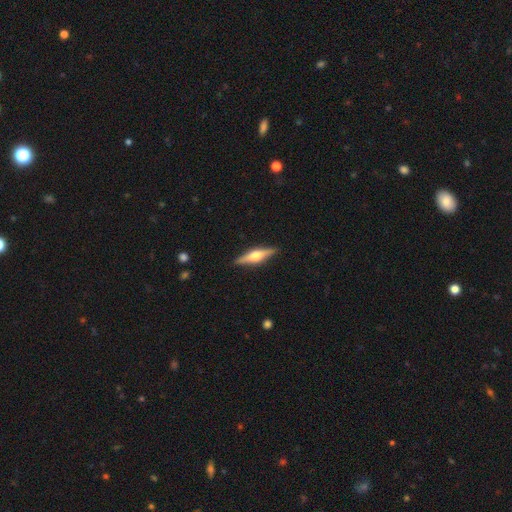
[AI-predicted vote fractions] featured or disk 67%, smooth 28%, star or artifact 6%. Down the decision tree: edge-on disk — yes (96%); edge-on bulge — rounded (93%); merging — none (89%).